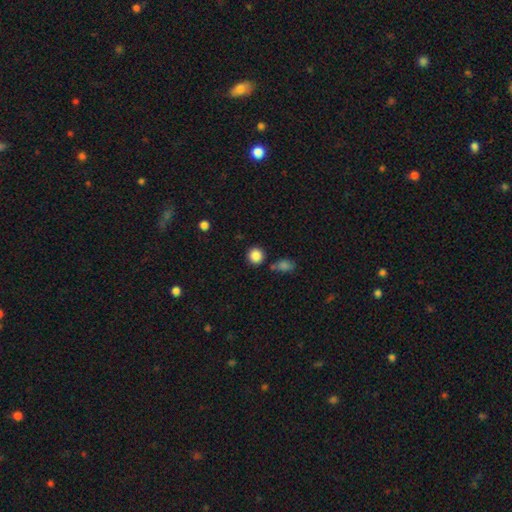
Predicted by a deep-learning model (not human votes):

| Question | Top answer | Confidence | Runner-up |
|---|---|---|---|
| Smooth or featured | smooth | 87% | star or artifact (9%) |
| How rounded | round | 90% | in between (9%) |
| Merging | none | 82% | minor disturbance (9%) |